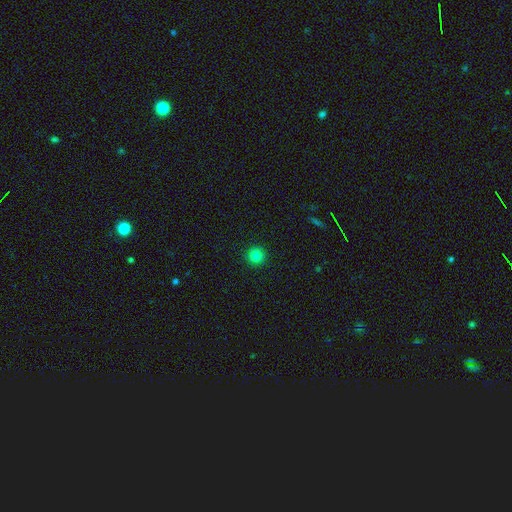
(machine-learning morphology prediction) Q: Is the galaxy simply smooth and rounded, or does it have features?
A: smooth — 83%.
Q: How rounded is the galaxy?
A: round — 96%.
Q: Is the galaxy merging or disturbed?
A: none — 93%.